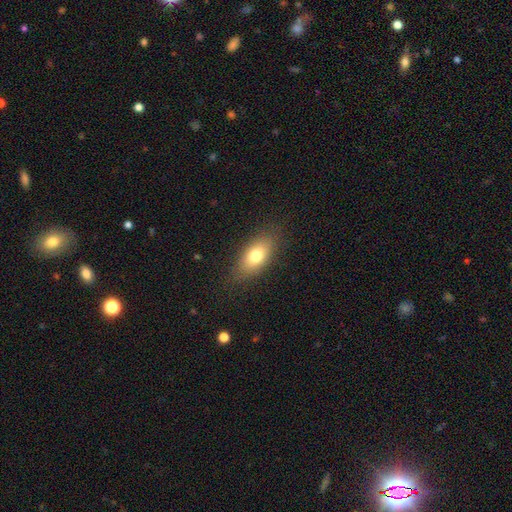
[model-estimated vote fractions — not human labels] Q: Smooth or featured?
A: smooth (74%); runner-up: featured or disk (17%)
Q: How rounded?
A: in between (84%); runner-up: cigar-shaped (10%)
Q: Merging?
A: none (83%); runner-up: minor disturbance (12%)